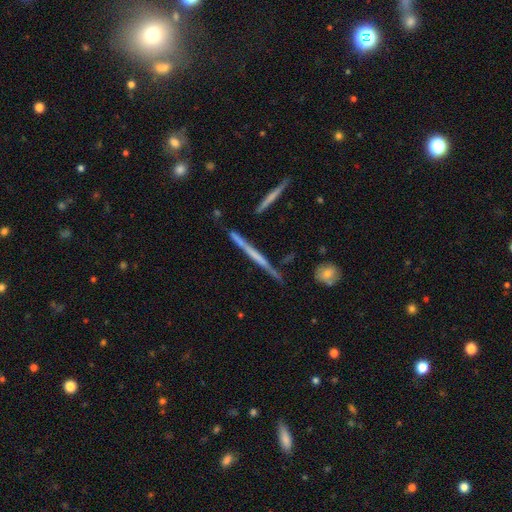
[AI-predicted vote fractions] Q: Smooth or featured?
A: featured or disk (61%); runner-up: smooth (33%)
Q: Edge-on disk?
A: yes (97%); runner-up: no (3%)
Q: Edge-on bulge?
A: none (81%); runner-up: rounded (11%)
Q: Merging?
A: none (81%); runner-up: minor disturbance (13%)